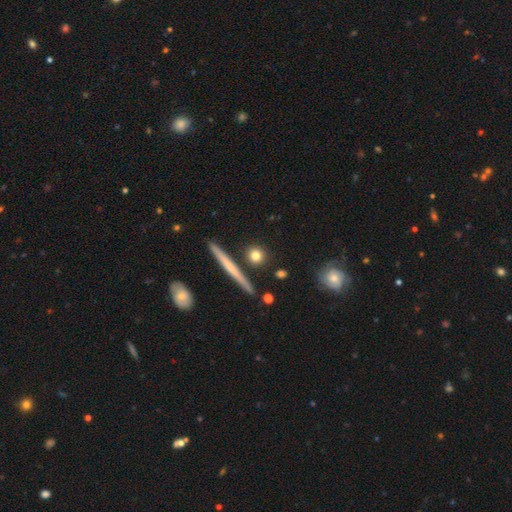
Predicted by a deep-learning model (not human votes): smooth_or_featured: smooth (p=0.77) [alt: featured or disk p=0.15]
how_rounded: round (p=0.78) [alt: cigar-shaped p=0.13]
merging: none (p=0.84) [alt: minor disturbance p=0.08]